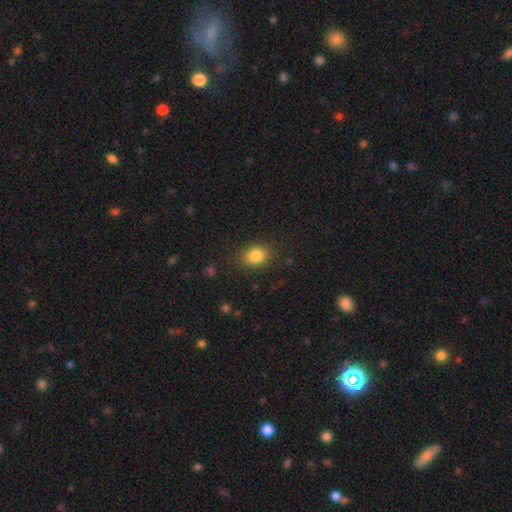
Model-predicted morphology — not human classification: Smooth or featured? smooth (84%)
How rounded? in between (55%)
Merging? none (82%)